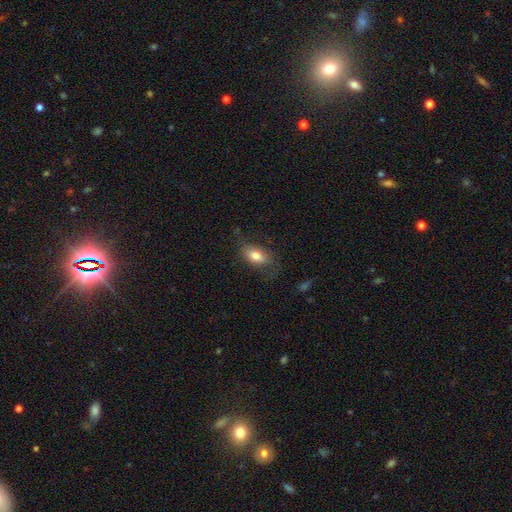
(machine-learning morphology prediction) Smooth or featured: smooth — 76% (featured or disk — 16%)
How rounded: in between — 87% (round — 7%)
Merging: none — 62% (minor disturbance — 24%)